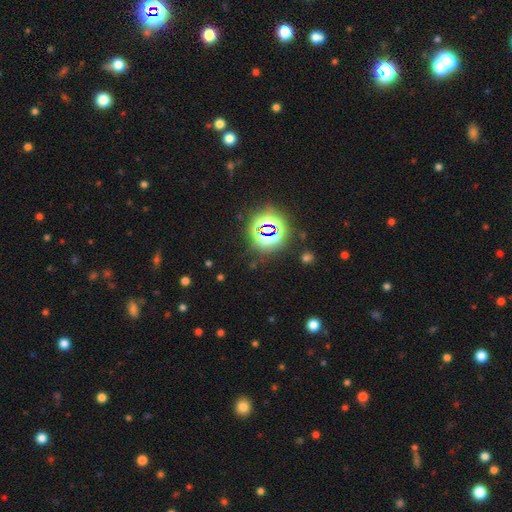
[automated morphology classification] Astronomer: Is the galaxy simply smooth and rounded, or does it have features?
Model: star or artifact — 76%.